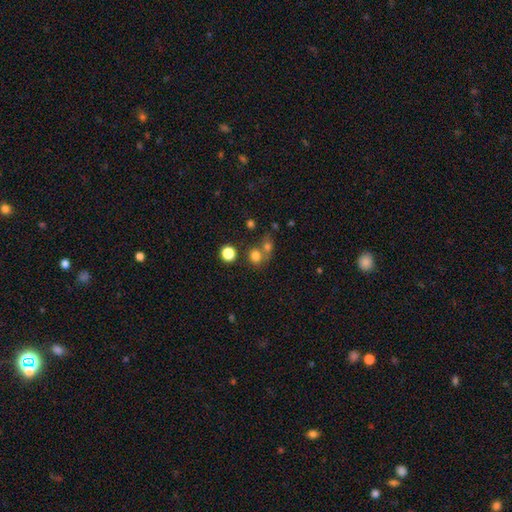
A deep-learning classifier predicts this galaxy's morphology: Smooth or featured? smooth (73%)
How rounded? round (77%)
Merging? none (46%)